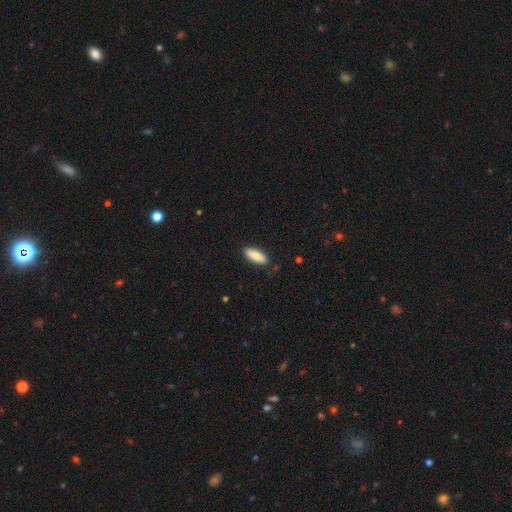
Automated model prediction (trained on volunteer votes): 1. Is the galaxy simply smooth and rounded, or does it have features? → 83% smooth, 11% featured or disk, 6% star or artifact.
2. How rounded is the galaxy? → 64% in between, 34% cigar-shaped, 2% round.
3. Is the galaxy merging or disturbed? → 87% none, 10% minor disturbance, 2% major disturbance, 1% merger.